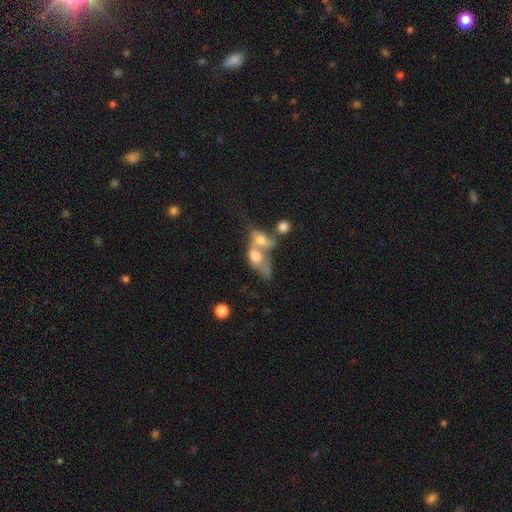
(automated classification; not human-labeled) Smooth or featured: smooth — 52% (featured or disk — 37%)
How rounded: in between — 73% (round — 19%)
Merging: merger — 76% (major disturbance — 10%)